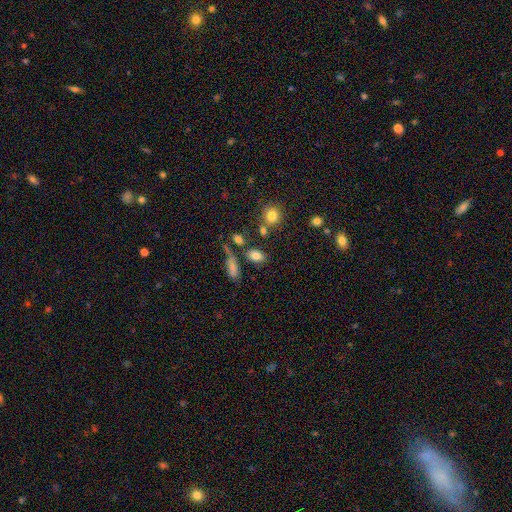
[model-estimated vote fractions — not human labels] smooth 80%, star or artifact 11%, featured or disk 9%. Down the decision tree: how rounded — in between (83%); merging — none (70%).